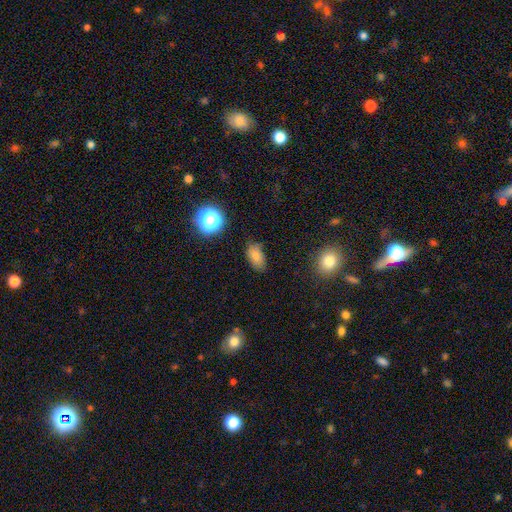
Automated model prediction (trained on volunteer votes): Q: Smooth or featured?
A: smooth (78%); runner-up: star or artifact (13%)
Q: How rounded?
A: in between (87%); runner-up: round (10%)
Q: Merging?
A: none (76%); runner-up: minor disturbance (18%)